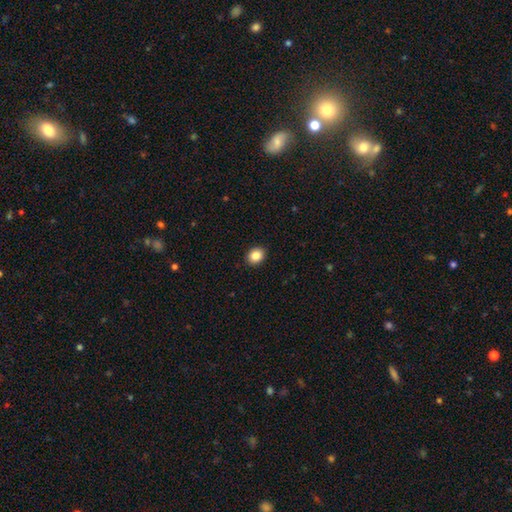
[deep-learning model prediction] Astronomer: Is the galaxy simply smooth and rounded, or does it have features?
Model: smooth — 86%.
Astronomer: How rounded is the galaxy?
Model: round — 51% (runner-up: in between, 48%).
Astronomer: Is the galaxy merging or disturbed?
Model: none — 91%.